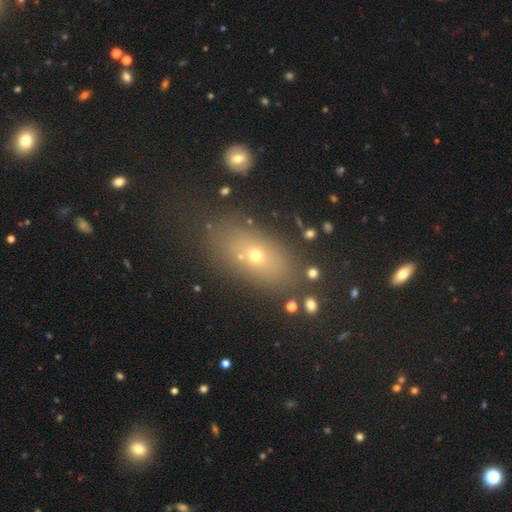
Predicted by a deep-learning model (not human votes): Smooth or featured? smooth (59%)
How rounded? in between (75%)
Merging? none (73%)